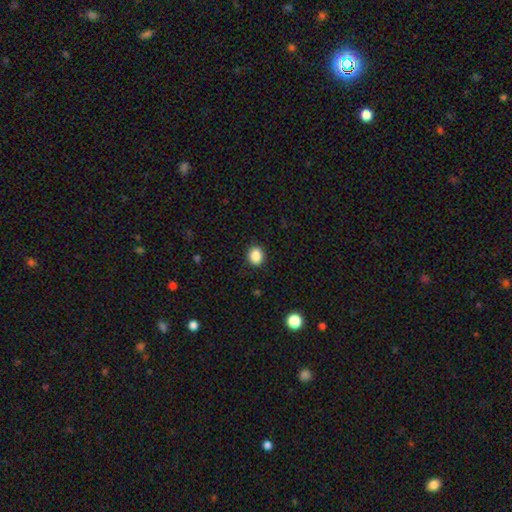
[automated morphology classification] Smooth or featured: smooth — 87% (star or artifact — 9%)
How rounded: round — 66% (in between — 33%)
Merging: none — 90% (minor disturbance — 7%)